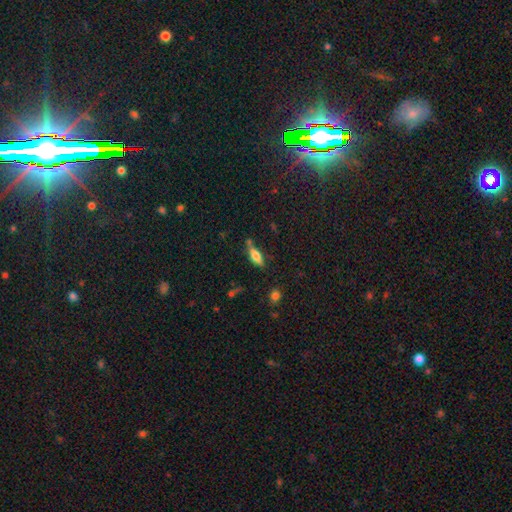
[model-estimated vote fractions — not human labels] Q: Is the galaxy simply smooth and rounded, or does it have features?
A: smooth — 64%.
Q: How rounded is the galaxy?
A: in between — 65%.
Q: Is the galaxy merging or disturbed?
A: none — 65%.